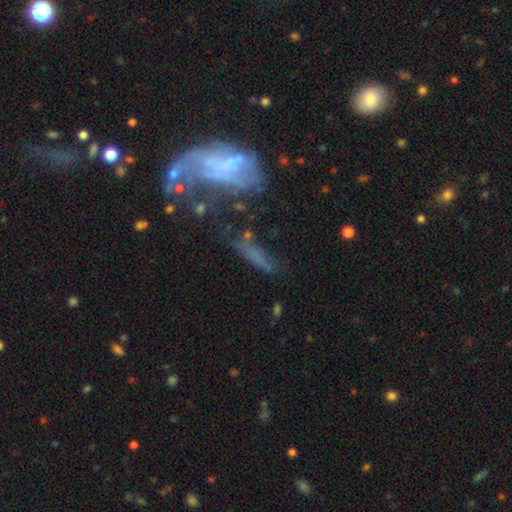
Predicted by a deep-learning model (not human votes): Smooth or featured? featured or disk (44%)
Merging? none (44%)